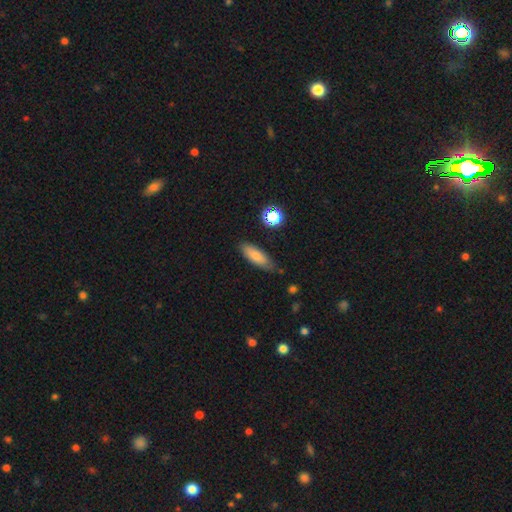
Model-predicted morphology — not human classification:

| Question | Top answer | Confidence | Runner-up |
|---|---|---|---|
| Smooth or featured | smooth | 78% | featured or disk (15%) |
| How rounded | in between | 64% | cigar-shaped (33%) |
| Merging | none | 78% | minor disturbance (16%) |